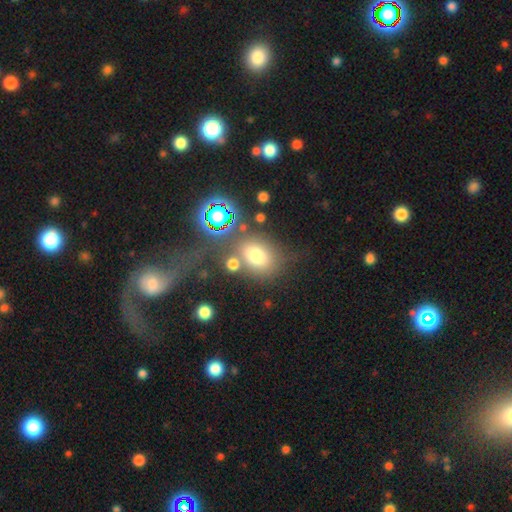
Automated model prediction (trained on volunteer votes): Smooth or featured?
  - smooth: 69% *
  - star or artifact: 18%
  - featured or disk: 12%
How rounded?
  - in between: 52% *
  - round: 46%
  - cigar-shaped: 2%
Merging?
  - none: 63% *
  - merger: 14%
  - minor disturbance: 14%
  - major disturbance: 8%